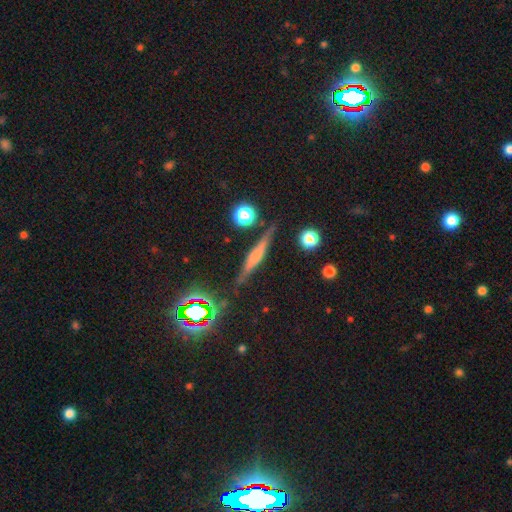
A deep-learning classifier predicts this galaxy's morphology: Smooth or featured: featured or disk — 55% (smooth — 34%)
Edge-on disk: yes — 95% (no — 5%)
Edge-on bulge: rounded — 38% (none — 32%)
Merging: none — 83% (minor disturbance — 11%)